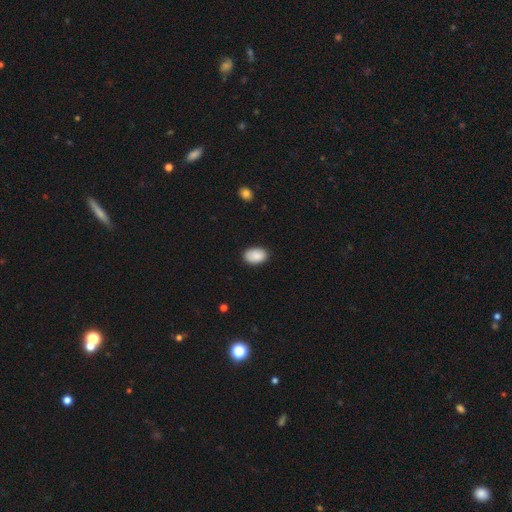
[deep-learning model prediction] smooth_or_featured: smooth (p=0.90) [alt: star or artifact p=0.06]
how_rounded: in between (p=0.90) [alt: round p=0.09]
merging: none (p=0.87) [alt: minor disturbance p=0.10]